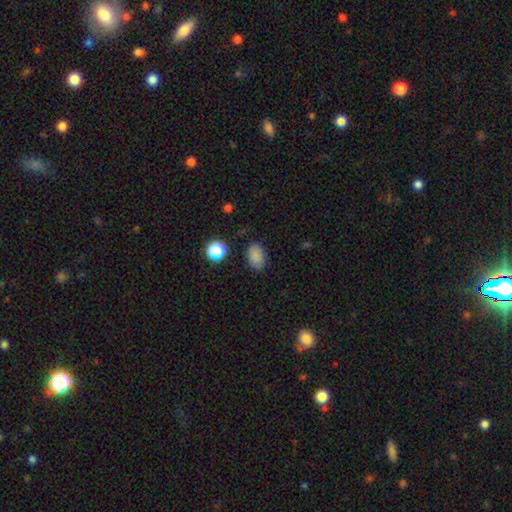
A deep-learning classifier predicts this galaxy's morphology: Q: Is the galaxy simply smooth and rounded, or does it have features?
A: smooth — 84%.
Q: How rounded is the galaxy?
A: in between — 83%.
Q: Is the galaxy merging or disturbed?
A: none — 83%.